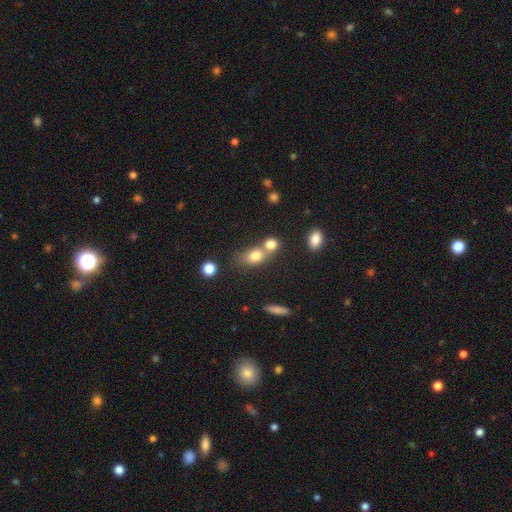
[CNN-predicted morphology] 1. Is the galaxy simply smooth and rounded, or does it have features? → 77% smooth, 12% featured or disk, 11% star or artifact.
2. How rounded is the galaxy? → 62% in between, 33% round, 5% cigar-shaped.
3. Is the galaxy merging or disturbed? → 50% merger, 36% none, 10% minor disturbance, 5% major disturbance.